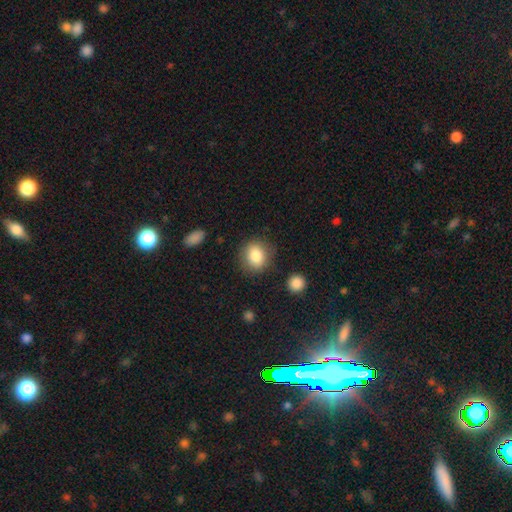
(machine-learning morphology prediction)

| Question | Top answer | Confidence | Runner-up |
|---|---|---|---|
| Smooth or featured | smooth | 83% | star or artifact (9%) |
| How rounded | round | 76% | in between (23%) |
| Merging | none | 83% | minor disturbance (11%) |